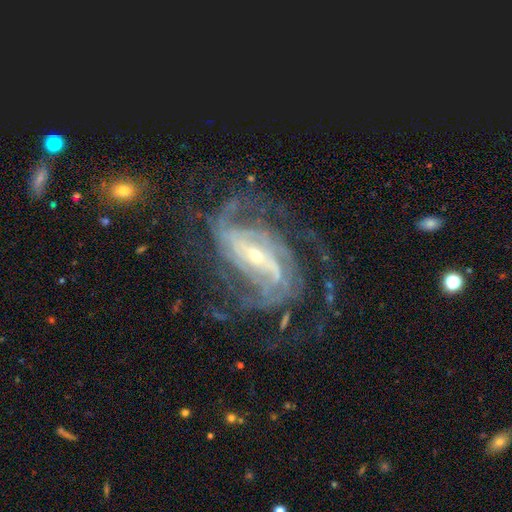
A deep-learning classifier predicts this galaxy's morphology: smooth-or-featured: featured or disk: 91% | star or artifact: 5% | smooth: 4%
  disk-edge-on: no: 96% | yes: 4%
    bar: strong: 49% | weak: 32% | no: 19%
    has-spiral-arms: yes: 97% | no: 3%
      spiral-winding: medium: 44% | tight: 39% | loose: 16%
      spiral-arm-count: 2: 30% | 3: 21% | can't tell: 19% | 4: 16% | more than 4: 7% | 1: 6%
    bulge-size: small: 72% | moderate: 23% | large: 2% | none: 1% | dominant: 1%
  merging: none: 62% | major disturbance: 20% | minor disturbance: 17% | merger: 2%